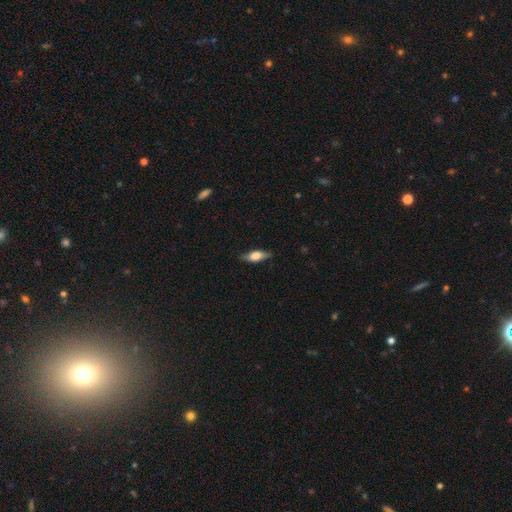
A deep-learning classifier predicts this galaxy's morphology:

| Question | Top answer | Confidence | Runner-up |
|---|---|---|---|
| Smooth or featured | smooth | 62% | featured or disk (31%) |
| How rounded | in between | 70% | cigar-shaped (27%) |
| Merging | none | 77% | minor disturbance (18%) |